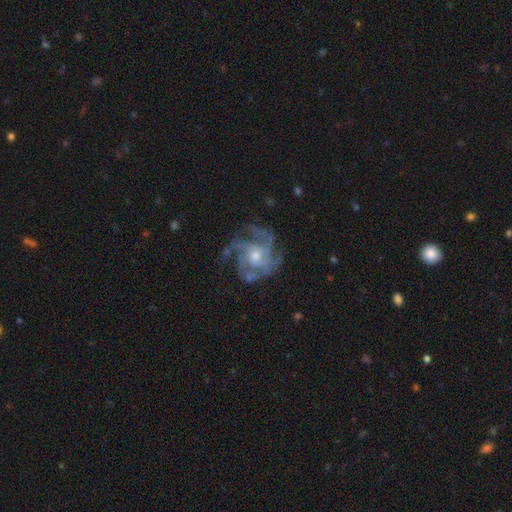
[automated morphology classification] Q: Smooth or featured?
A: featured or disk (87%); runner-up: star or artifact (7%)
Q: Edge-on disk?
A: no (98%); runner-up: yes (2%)
Q: Bar?
A: no (74%); runner-up: weak (22%)
Q: Spiral arms?
A: yes (97%); runner-up: no (3%)
Q: Spiral winding?
A: tight (44%); tied with: medium (44%)
Q: Spiral arm count?
A: 4 (39%); runner-up: 3 (20%)
Q: Bulge size?
A: moderate (60%); runner-up: small (33%)
Q: Merging?
A: none (69%); runner-up: minor disturbance (17%)